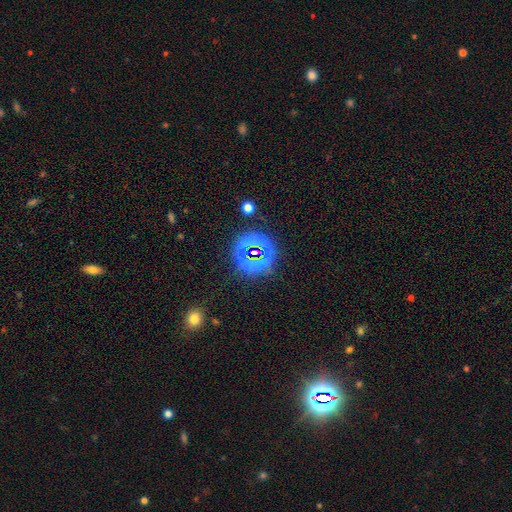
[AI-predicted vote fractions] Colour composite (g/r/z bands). It shows a star or artifact, not a galaxy (75%).